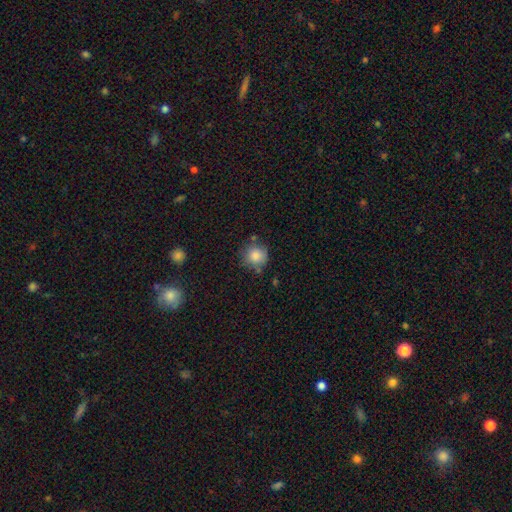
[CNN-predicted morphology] This is clearly a smooth galaxy (84%). How rounded: clearly round (91%). Merging: likely none (70%).